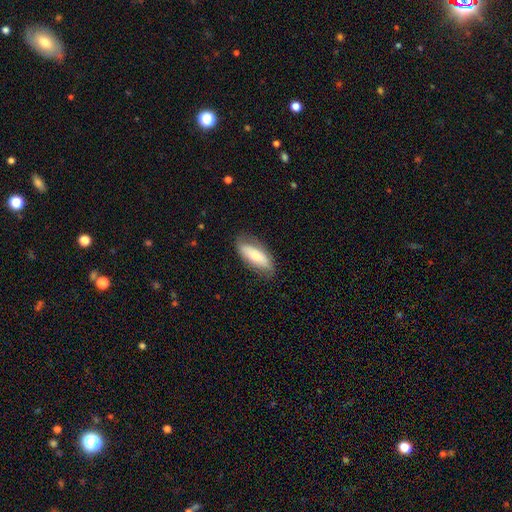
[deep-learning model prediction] Q: Smooth or featured?
A: smooth (62%); runner-up: featured or disk (32%)
Q: How rounded?
A: in between (73%); runner-up: cigar-shaped (25%)
Q: Merging?
A: none (75%); runner-up: minor disturbance (19%)